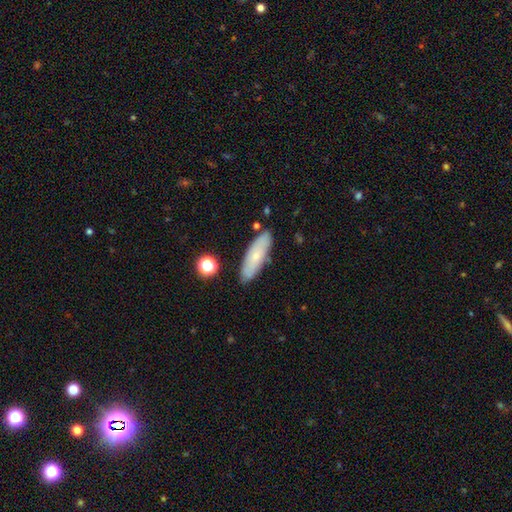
smooth-or-featured: smooth: 62% | featured or disk: 35% | star or artifact: 3%
  how-rounded: cigar-shaped: 61% | in between: 39% | round: 0%
  merging: none: 78% | minor disturbance: 14% | merger: 6% | major disturbance: 3%